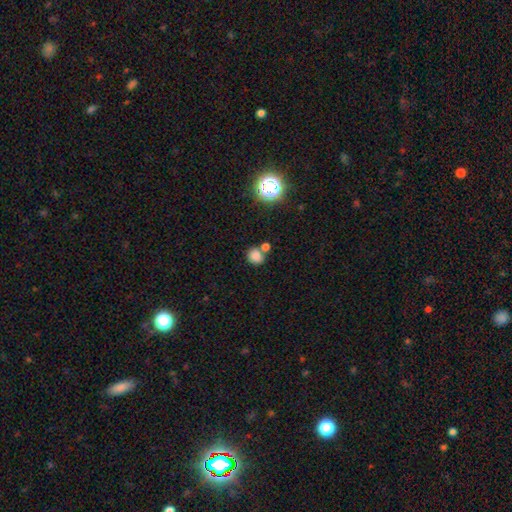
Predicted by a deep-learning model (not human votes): A smooth galaxy with no disk features (79%) that is round (78%).

Vote fractions:
- Smooth or featured? smooth: 79% / star or artifact: 15% / featured or disk: 6%
- How rounded? round: 78% / in between: 21% / cigar-shaped: 1%
- Merging? none: 58% / merger: 28% / minor disturbance: 10% / major disturbance: 4%